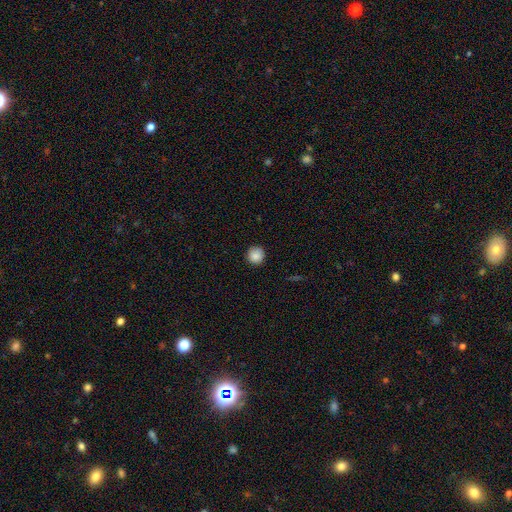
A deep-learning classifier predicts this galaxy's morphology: Smooth or featured? Predicted: smooth (p=0.86). How rounded? Predicted: round (p=0.94). Merging? Predicted: none (p=0.89).